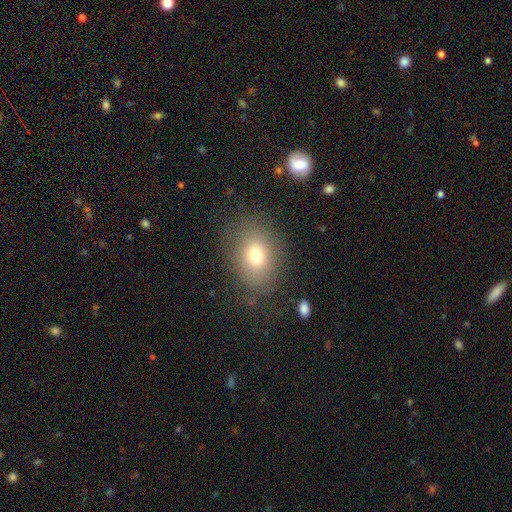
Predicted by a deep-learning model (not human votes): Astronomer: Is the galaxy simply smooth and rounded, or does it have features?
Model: smooth — 72%.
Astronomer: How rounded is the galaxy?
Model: in between — 69%.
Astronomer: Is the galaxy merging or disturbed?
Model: none — 77%.